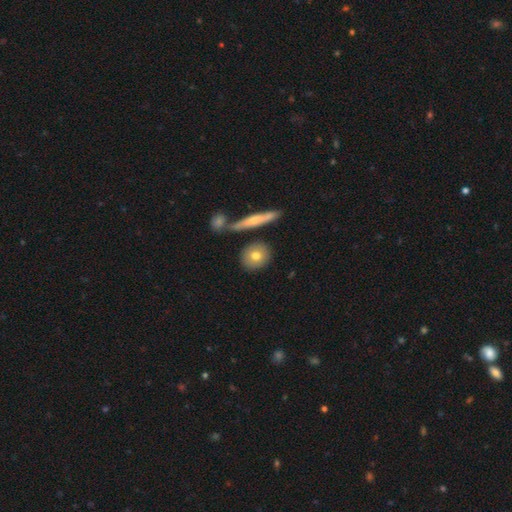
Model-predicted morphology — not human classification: Smooth or featured? Predicted: smooth (p=0.74). How rounded? Predicted: round (p=0.75). Merging? Predicted: none (p=0.82).